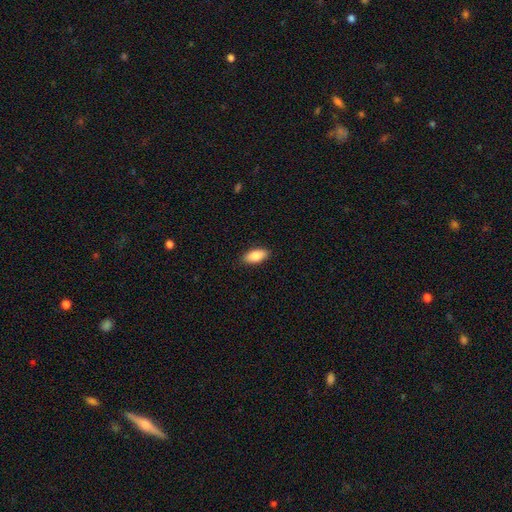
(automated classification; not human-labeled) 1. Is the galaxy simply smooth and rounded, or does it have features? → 86% smooth, 7% featured or disk, 6% star or artifact.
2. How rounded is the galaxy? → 90% in between, 7% cigar-shaped, 2% round.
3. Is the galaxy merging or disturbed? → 88% none, 9% minor disturbance, 2% major disturbance, 1% merger.